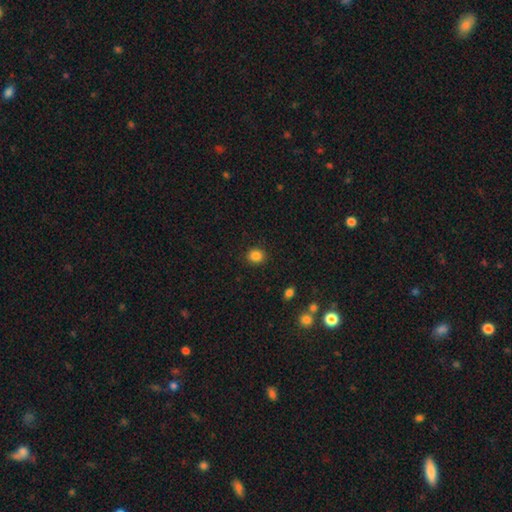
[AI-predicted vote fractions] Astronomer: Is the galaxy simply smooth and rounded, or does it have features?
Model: smooth — 86%.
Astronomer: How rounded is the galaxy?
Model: round — 77%.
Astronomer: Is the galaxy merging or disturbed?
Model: none — 90%.